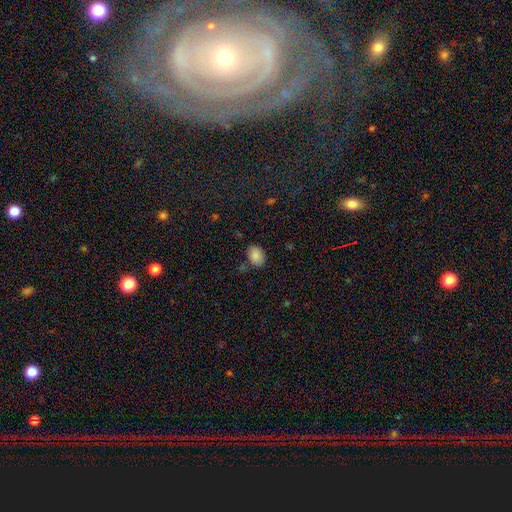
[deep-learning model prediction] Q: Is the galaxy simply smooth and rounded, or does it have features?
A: smooth — 86%.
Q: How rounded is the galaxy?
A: in between — 77%.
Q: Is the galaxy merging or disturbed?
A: none — 78%.